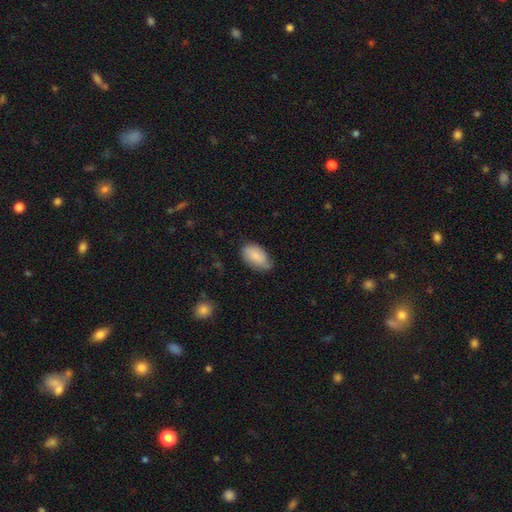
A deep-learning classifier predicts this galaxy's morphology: smooth 84%, featured or disk 10%, star or artifact 6%. Down the decision tree: how rounded — in between (93%); merging — none (63%).